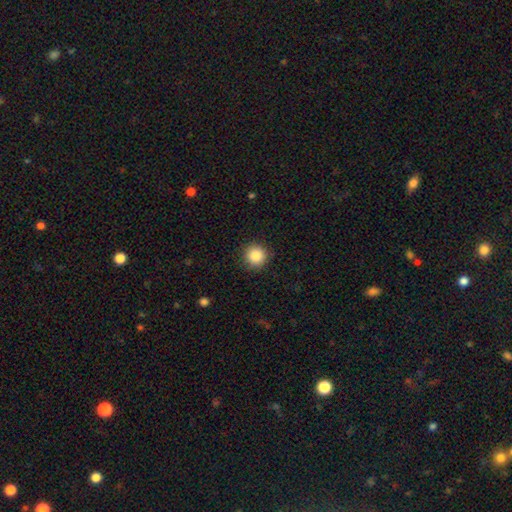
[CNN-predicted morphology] This is clearly a smooth galaxy (86%). How rounded: clearly round (95%). Merging: clearly none (90%).